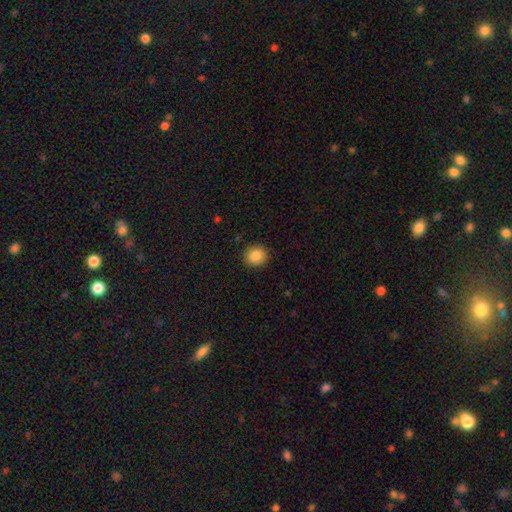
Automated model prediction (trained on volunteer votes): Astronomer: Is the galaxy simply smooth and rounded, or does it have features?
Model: smooth — 87%.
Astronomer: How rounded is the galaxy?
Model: round — 85%.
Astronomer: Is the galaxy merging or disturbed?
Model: none — 90%.